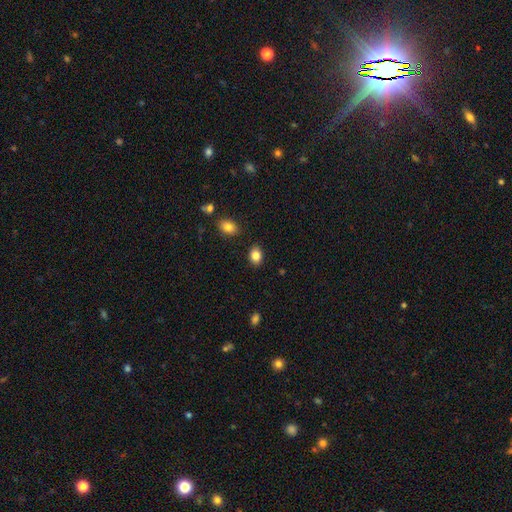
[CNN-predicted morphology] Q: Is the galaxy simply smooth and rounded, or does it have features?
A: smooth — 85%.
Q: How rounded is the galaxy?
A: in between — 66%.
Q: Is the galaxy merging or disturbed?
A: none — 86%.